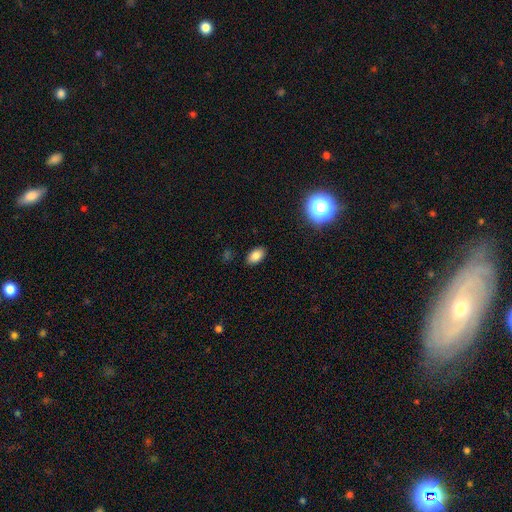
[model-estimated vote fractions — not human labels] This appears to be a smooth galaxy with no disk features (83%) that is in between round and cigar-shaped (91%). Merging: none (88%).